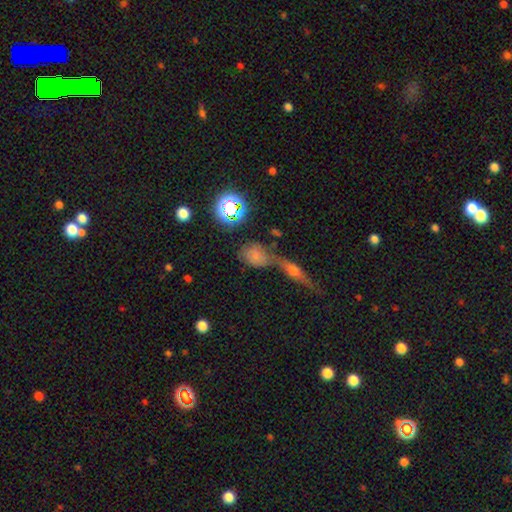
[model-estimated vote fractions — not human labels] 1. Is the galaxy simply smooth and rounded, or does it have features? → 58% smooth, 27% star or artifact, 16% featured or disk.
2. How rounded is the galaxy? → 55% in between, 40% round, 5% cigar-shaped.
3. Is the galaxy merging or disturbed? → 39% merger, 38% none, 14% minor disturbance, 8% major disturbance.